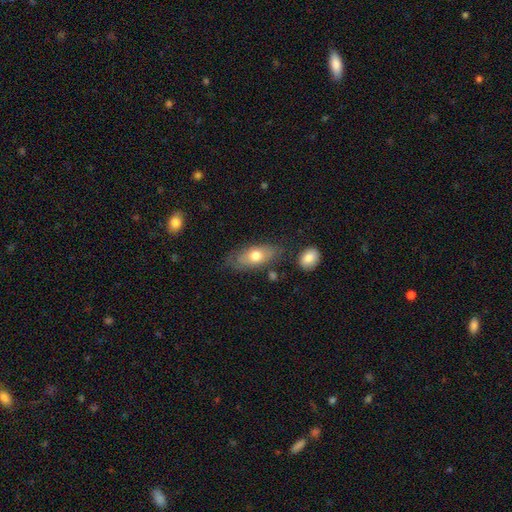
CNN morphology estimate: A smooth galaxy with no disk features (66%) that is in between round and cigar-shaped (86%). Merging: none (64%).